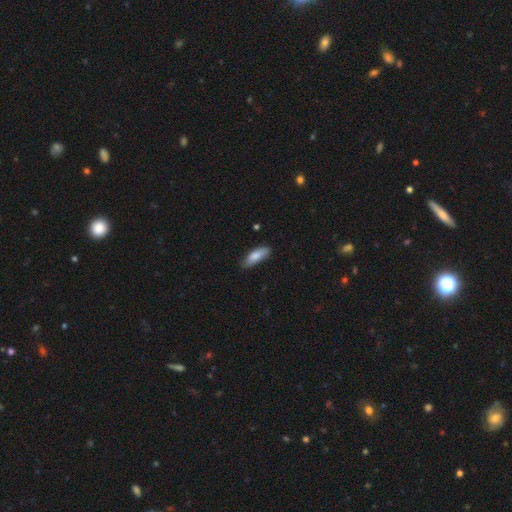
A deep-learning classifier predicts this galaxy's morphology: smooth 82%, featured or disk 12%, star or artifact 6%. Down the decision tree: how rounded — in between (63%); merging — none (74%).